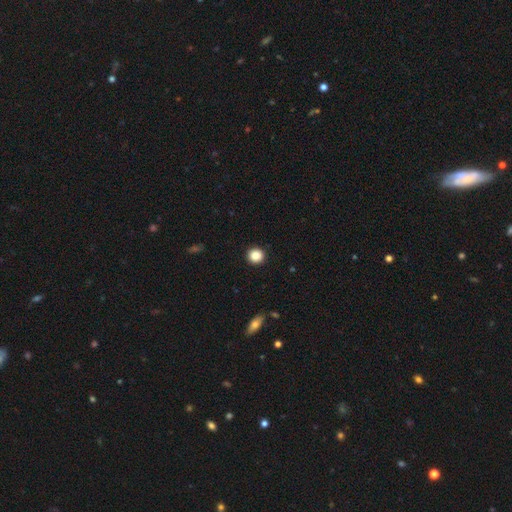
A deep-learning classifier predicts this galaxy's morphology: This appears to be a smooth galaxy with no disk features (87%) that is round (93%). Merging: none (93%).